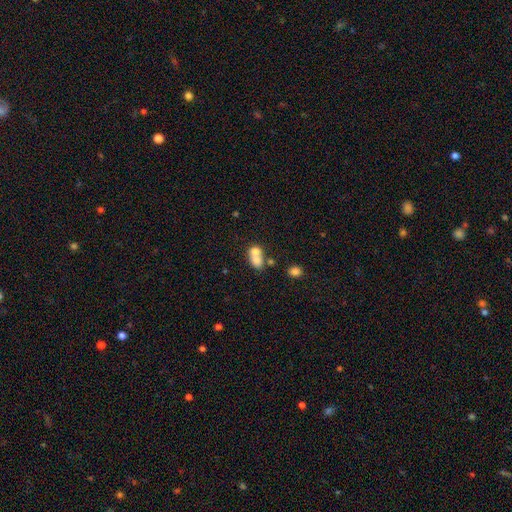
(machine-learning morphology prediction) This is likely a smooth galaxy (70%). How rounded: possibly in between (59%). Merging: likely merger (66%).